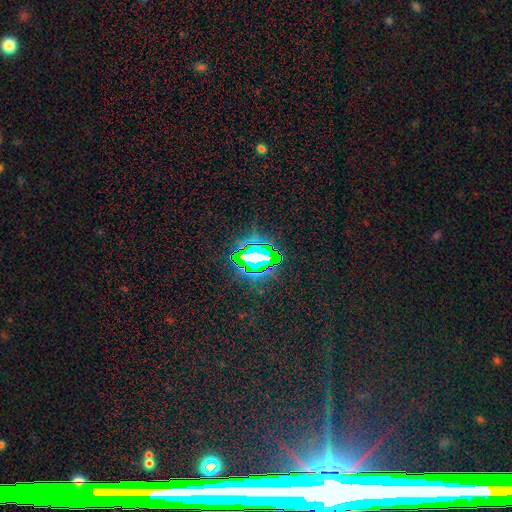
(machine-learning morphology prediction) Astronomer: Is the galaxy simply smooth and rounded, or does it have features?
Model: star or artifact — 78%.